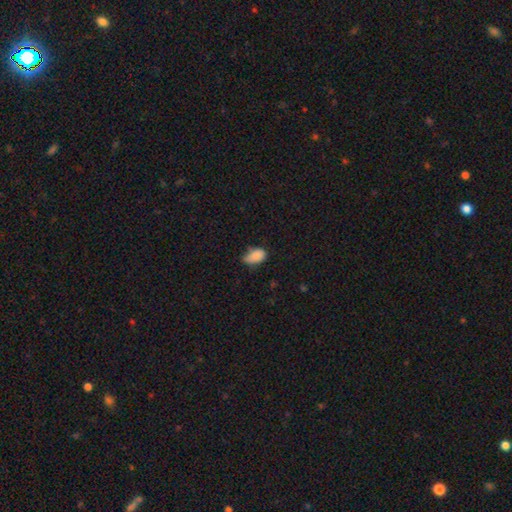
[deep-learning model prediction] Morphology: type=smooth (86%); roundness=in between (90%); merging=minor disturbance (45%).